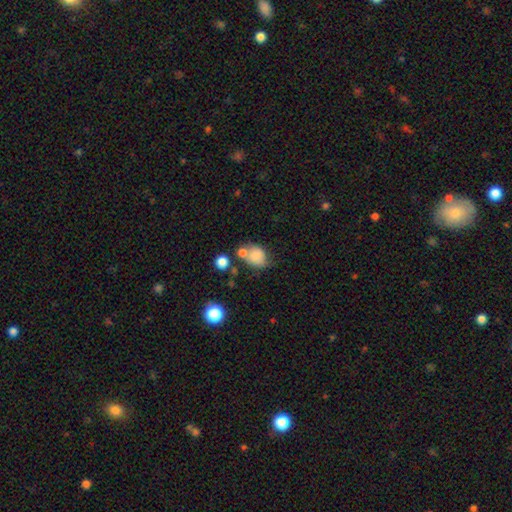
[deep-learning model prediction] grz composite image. It shows a smooth galaxy with no disk features (76%) that is in between round and cigar-shaped (50%). Merging: none (40%).